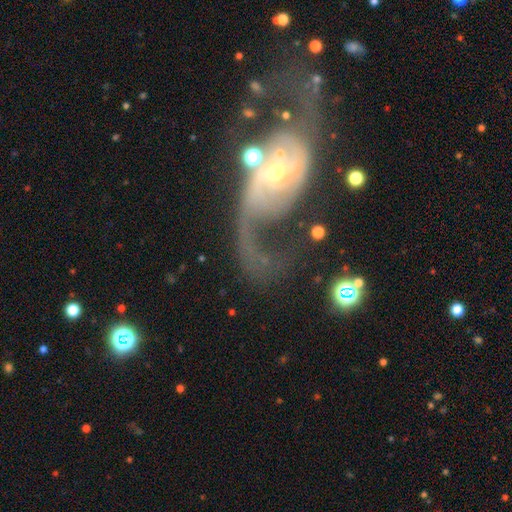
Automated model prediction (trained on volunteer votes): This is clearly a featured or disk galaxy (82%). It is clearly not viewed edge-on (96%). Bar: possibly no (53%). Spiral arm pattern: clearly yes (86%). Spiral arm count: likely 2 (70%). Spiral winding: likely loose (61%). Central bulge: possibly small (56%). Merging: marginally major disturbance (34%).